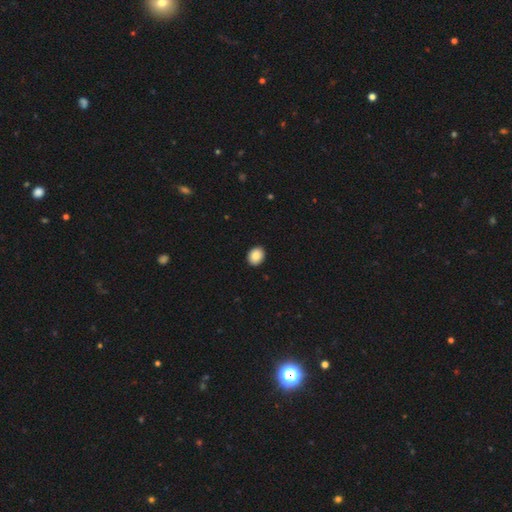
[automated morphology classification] type=smooth (87%); roundness=in between (52%); merging=none (92%).